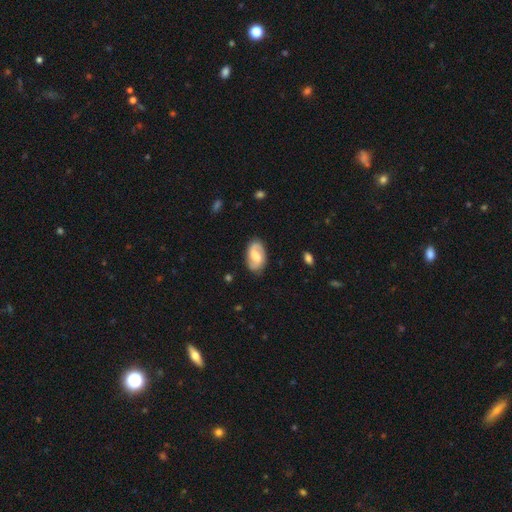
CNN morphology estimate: featured or disk 65%, smooth 29%, star or artifact 6%. Down the decision tree: edge-on disk — no (96%); bar — weak (52%); spiral arms — yes (90%); spiral arm count — 2 (85%); spiral winding — medium (44%); bulge size — moderate (45%); merging — none (81%).